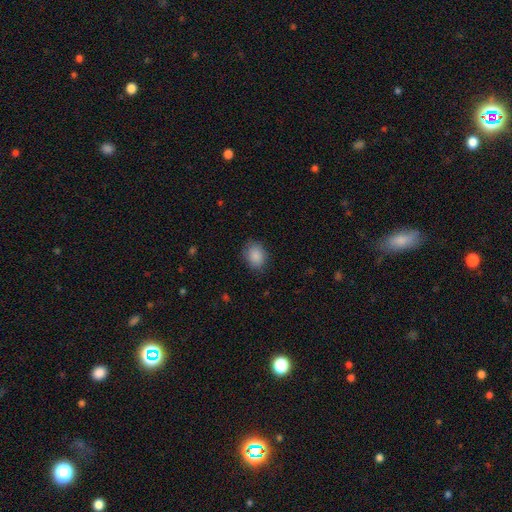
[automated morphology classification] Q: Smooth or featured?
A: smooth (88%); runner-up: star or artifact (8%)
Q: How rounded?
A: in between (56%); runner-up: round (43%)
Q: Merging?
A: none (82%); runner-up: minor disturbance (13%)